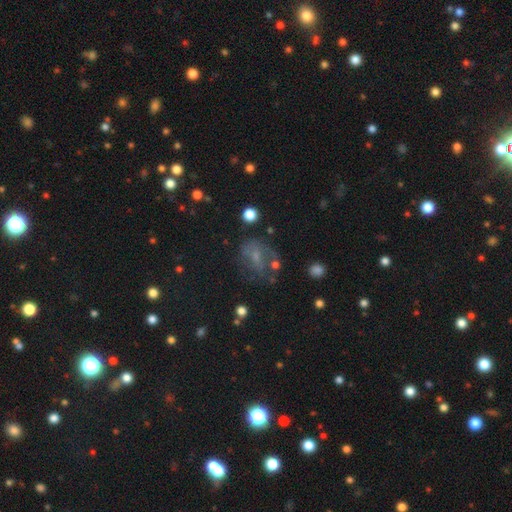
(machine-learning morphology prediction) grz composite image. It shows a smooth galaxy with no disk features (40%). Merging: none (43%).